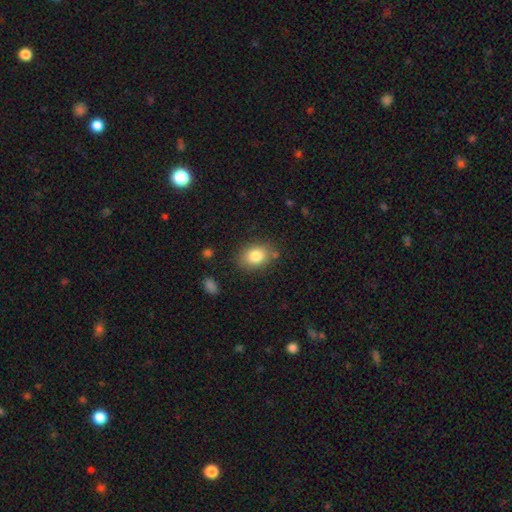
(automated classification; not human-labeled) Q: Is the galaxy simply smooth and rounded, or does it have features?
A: smooth — 82%.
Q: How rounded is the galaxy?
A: in between — 67%.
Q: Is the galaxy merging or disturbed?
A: none — 79%.